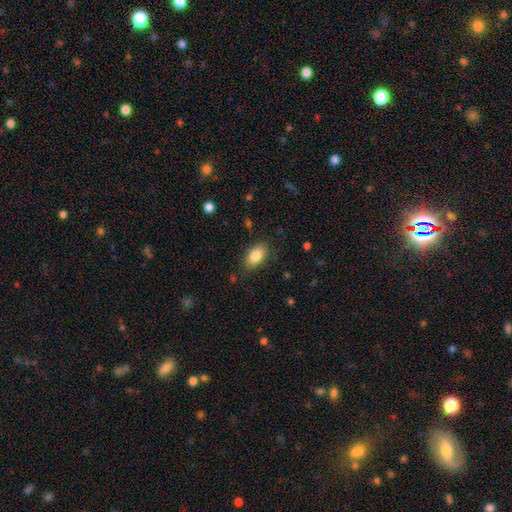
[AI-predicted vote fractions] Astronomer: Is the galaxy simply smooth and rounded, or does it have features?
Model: smooth — 84%.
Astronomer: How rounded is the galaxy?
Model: in between — 92%.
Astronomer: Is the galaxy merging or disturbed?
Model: none — 83%.